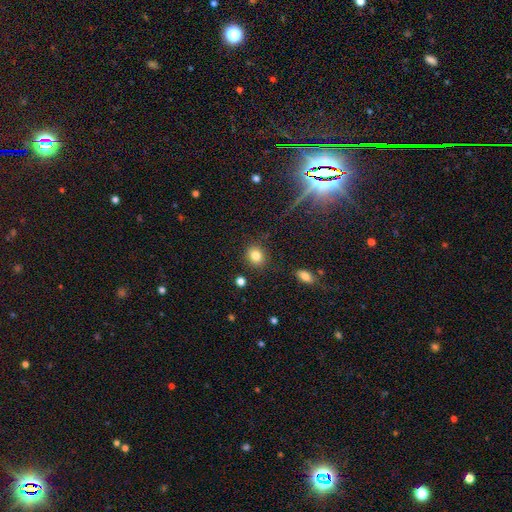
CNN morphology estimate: Smooth or featured? smooth (83%)
How rounded? round (73%)
Merging? none (86%)